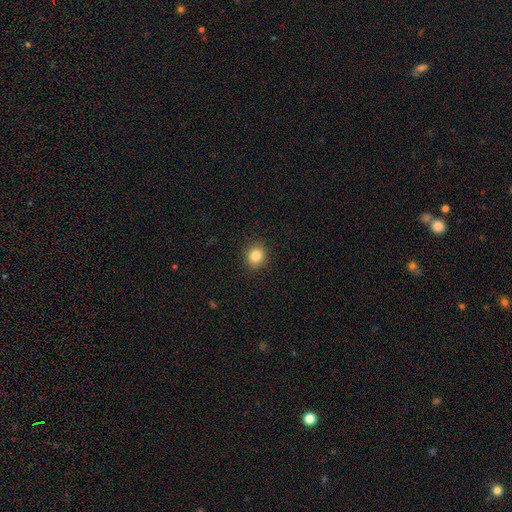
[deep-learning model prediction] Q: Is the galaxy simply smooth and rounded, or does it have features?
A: smooth — 83%.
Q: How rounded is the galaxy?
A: round — 80%.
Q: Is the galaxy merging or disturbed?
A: none — 90%.